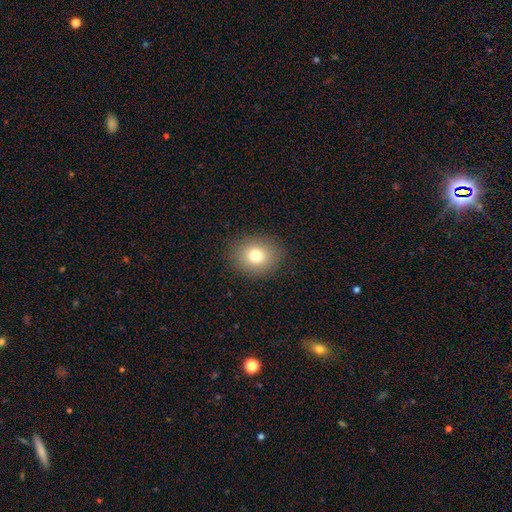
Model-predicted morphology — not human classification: smooth_or_featured: smooth (p=0.79) [alt: star or artifact p=0.12]
how_rounded: round (p=0.66) [alt: in between p=0.33]
merging: none (p=0.89) [alt: minor disturbance p=0.08]